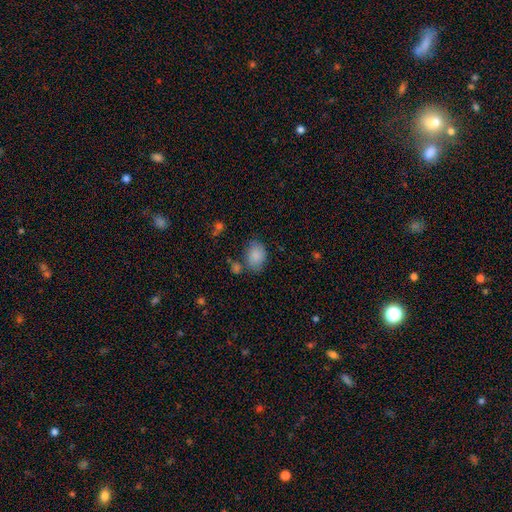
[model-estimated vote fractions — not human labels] Smooth or featured? Predicted: smooth (p=0.85). How rounded? Predicted: in between (p=0.77). Merging? Predicted: none (p=0.66).